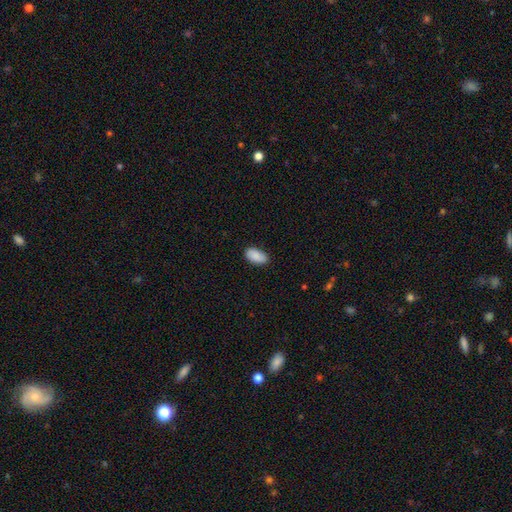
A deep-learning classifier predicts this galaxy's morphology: smooth 89%, star or artifact 6%, featured or disk 5%. Down the decision tree: how rounded — in between (95%); merging — none (83%).